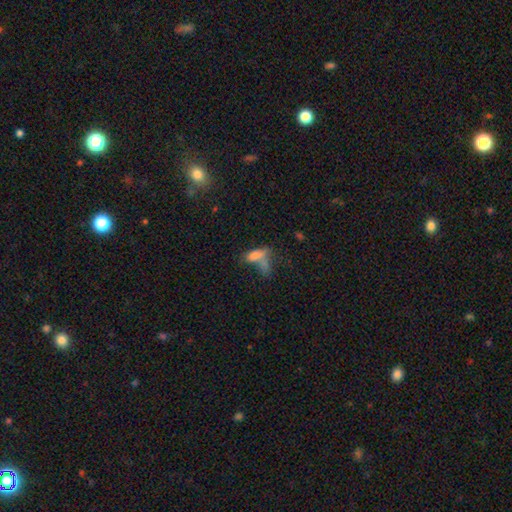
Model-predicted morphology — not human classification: A smooth galaxy with no disk features (64%) that is in between round and cigar-shaped (64%). Merging: merger (41%).